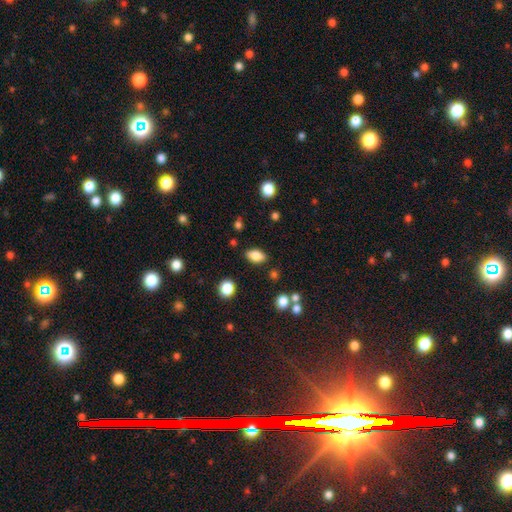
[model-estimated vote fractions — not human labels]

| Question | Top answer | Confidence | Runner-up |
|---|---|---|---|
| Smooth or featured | smooth | 83% | star or artifact (9%) |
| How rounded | in between | 89% | round (8%) |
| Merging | none | 84% | minor disturbance (10%) |